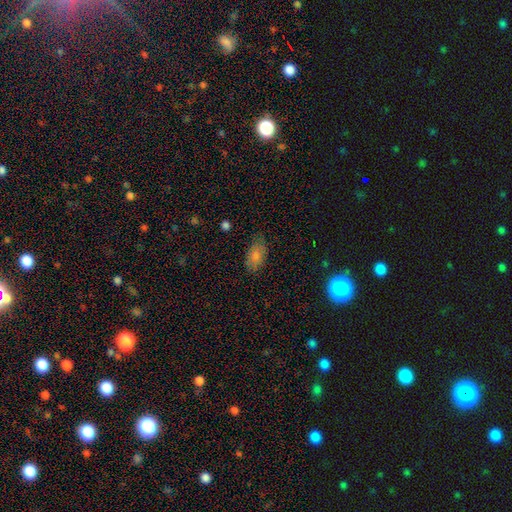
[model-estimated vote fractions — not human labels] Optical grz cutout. It shows a smooth galaxy with no disk features (82%) that is in between round and cigar-shaped (91%). Merging: none (74%).